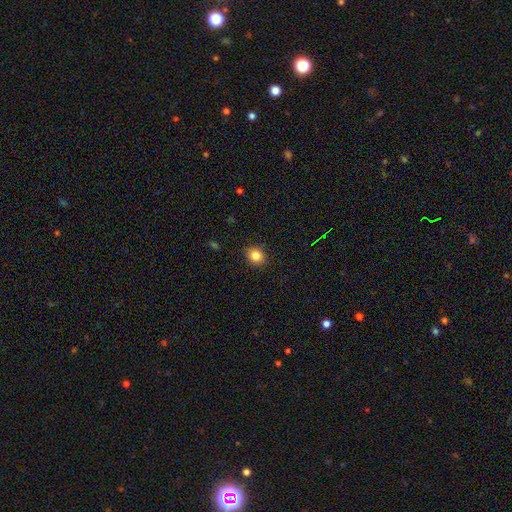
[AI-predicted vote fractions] smooth 84%, star or artifact 10%, featured or disk 5%. Down the decision tree: how rounded — round (62%); merging — none (89%).